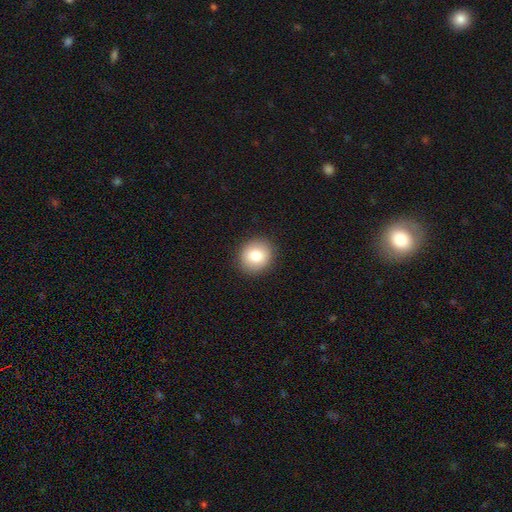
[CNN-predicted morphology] A smooth galaxy with no disk features (81%) that is round (81%).

Vote fractions:
- Smooth or featured? smooth: 81% / featured or disk: 10% / star or artifact: 9%
- How rounded? round: 81% / in between: 18% / cigar-shaped: 1%
- Merging? none: 91% / minor disturbance: 7% / major disturbance: 2% / merger: 1%